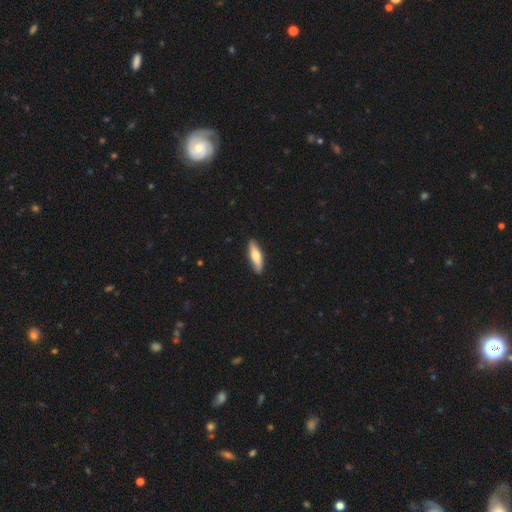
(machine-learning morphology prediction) smooth-or-featured: smooth: 62% | featured or disk: 33% | star or artifact: 5%
  how-rounded: cigar-shaped: 56% | in between: 42% | round: 2%
  merging: none: 87% | minor disturbance: 10% | major disturbance: 2% | merger: 1%